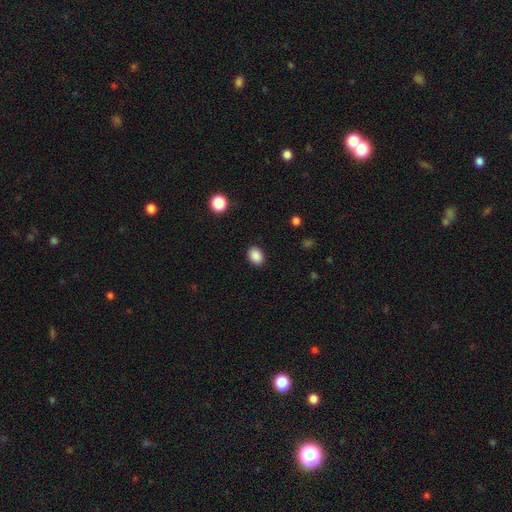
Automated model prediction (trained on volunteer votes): The model was most divided on "how rounded": in between: 68%, round: 31%, cigar-shaped: 1%. More confident: merging — none (89%); smooth or featured — smooth (88%).